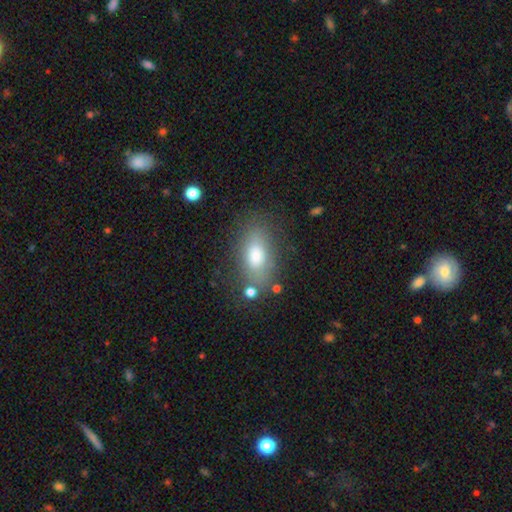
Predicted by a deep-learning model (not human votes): Smooth or featured? smooth (75%)
How rounded? in between (85%)
Merging? none (73%)